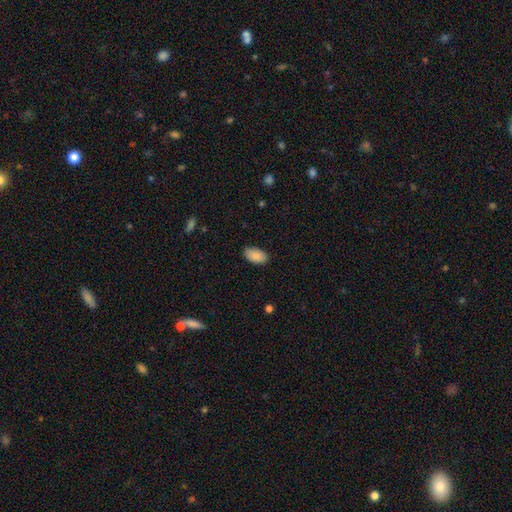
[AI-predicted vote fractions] Overall: smooth (88%). How rounded: in between (94%). Merging: none (85%).